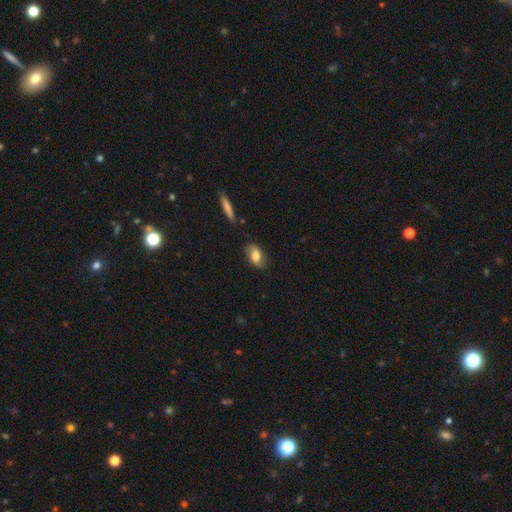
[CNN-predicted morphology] The model was most divided on "smooth or featured": smooth: 64%, featured or disk: 29%, star or artifact: 7%. More confident: how rounded — in between (87%); merging — none (77%).